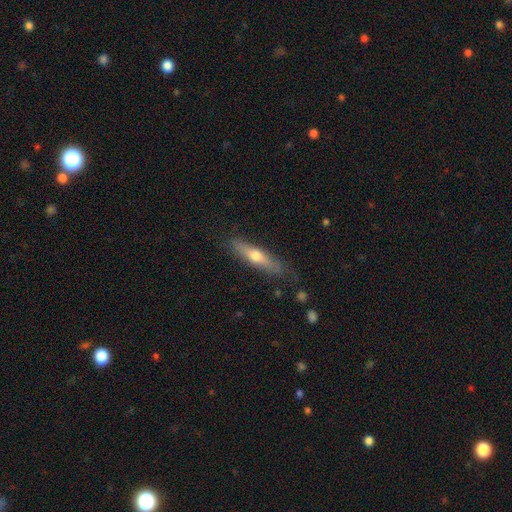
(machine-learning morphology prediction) This appears to be a smooth galaxy with no disk features (48%). Merging: none (80%).